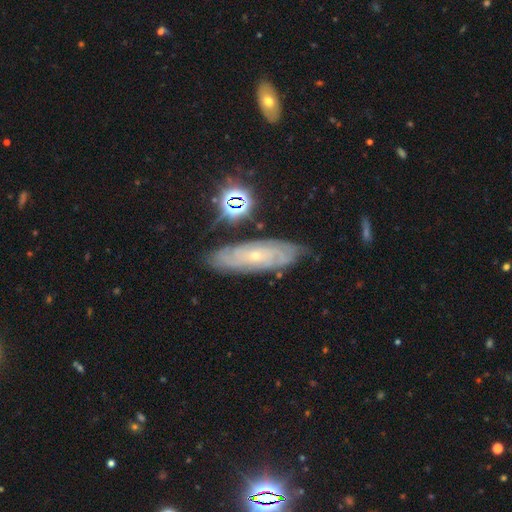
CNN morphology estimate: Smooth or featured: featured or disk — 78% (smooth — 13%)
Edge-on disk: no — 86% (yes — 14%)
Bar: no — 76% (weak — 19%)
Spiral arms: yes — 93% (no — 7%)
Spiral winding: tight — 78% (medium — 18%)
Spiral arm count: can't tell — 50% (2 — 18%)
Bulge size: small — 78% (moderate — 18%)
Merging: none — 79% (minor disturbance — 15%)